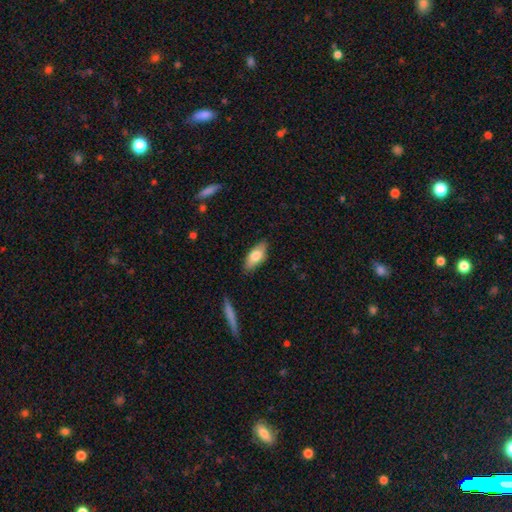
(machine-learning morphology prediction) type=smooth (75%); roundness=in between (81%); merging=none (85%).